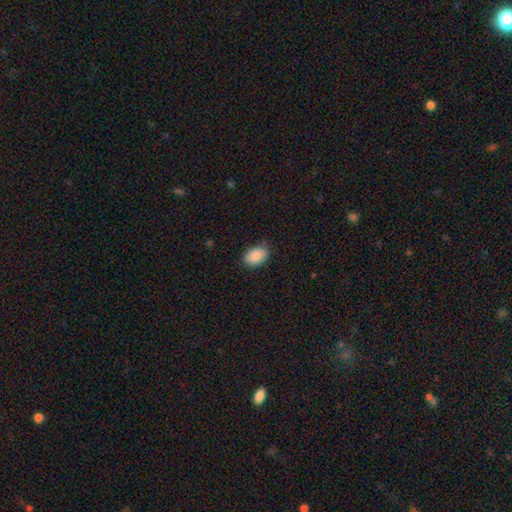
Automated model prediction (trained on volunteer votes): smooth 89%, star or artifact 7%, featured or disk 4%. Down the decision tree: how rounded — in between (87%); merging — none (78%).